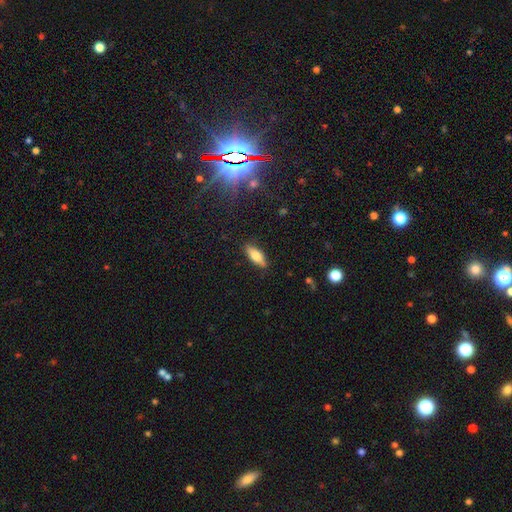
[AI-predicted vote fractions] Overall: smooth (73%). How rounded: in between (69%). Merging: none (85%).